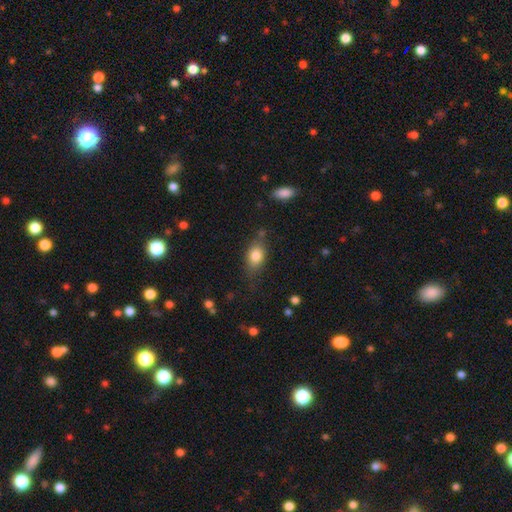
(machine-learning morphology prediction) Overall: smooth (81%). How rounded: in between (79%). Merging: none (66%).